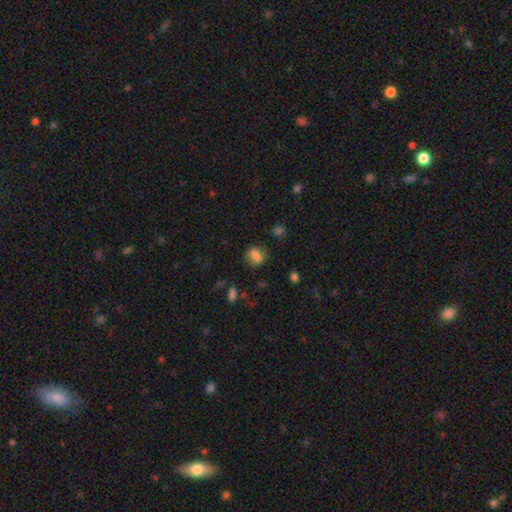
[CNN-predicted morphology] Smooth or featured? smooth (76%)
How rounded? round (56%)
Merging? none (75%)